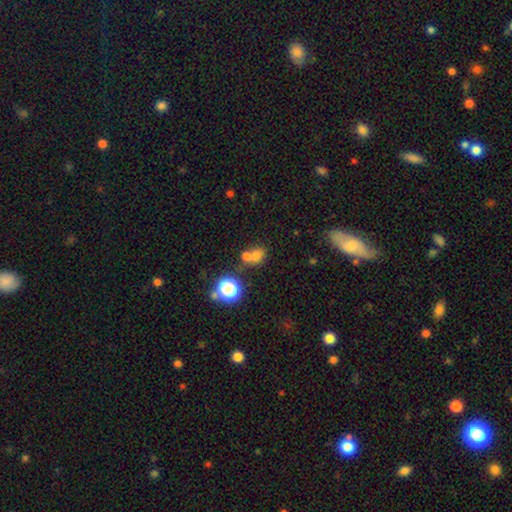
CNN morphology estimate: Smooth or featured?
  - smooth: 67% *
  - star or artifact: 22%
  - featured or disk: 12%
How rounded?
  - round: 64% *
  - in between: 35%
  - cigar-shaped: 1%
Merging?
  - merger: 43% * (tied)
  - none: 43% * (tied)
  - minor disturbance: 10%
  - major disturbance: 5%